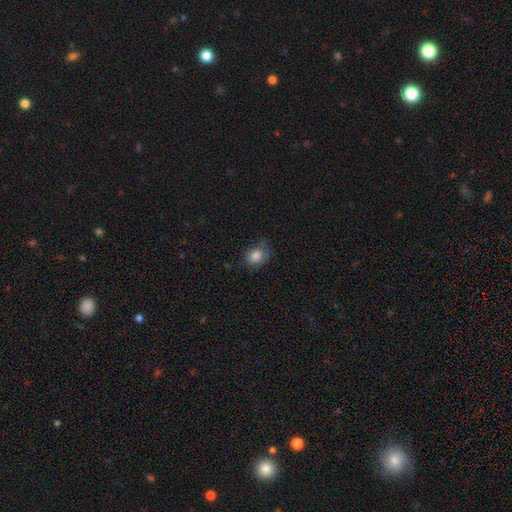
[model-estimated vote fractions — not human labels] Overall: smooth (83%). How rounded: in between (57%; round 42%). Merging: none (60%; minor disturbance 29%).